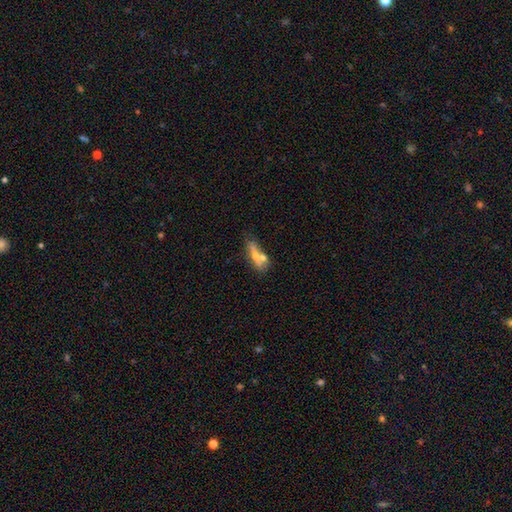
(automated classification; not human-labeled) This is possibly a smooth galaxy (52%). How rounded: possibly cigar-shaped (49%). Merging: possibly none (49%).